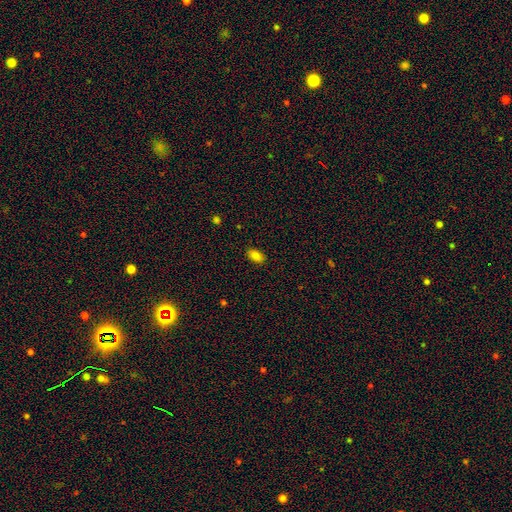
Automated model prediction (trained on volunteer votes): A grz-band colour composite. It shows a smooth galaxy with no disk features (85%) that is in between round and cigar-shaped (91%). Merging: none (88%).